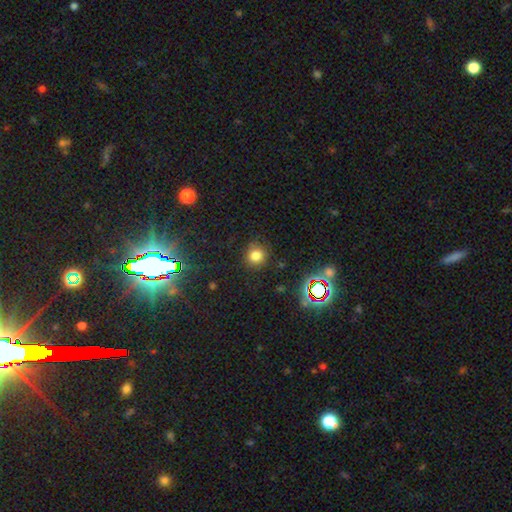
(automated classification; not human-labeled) This appears to be a smooth galaxy with no disk features (77%) that is round (90%). Merging: none (84%).